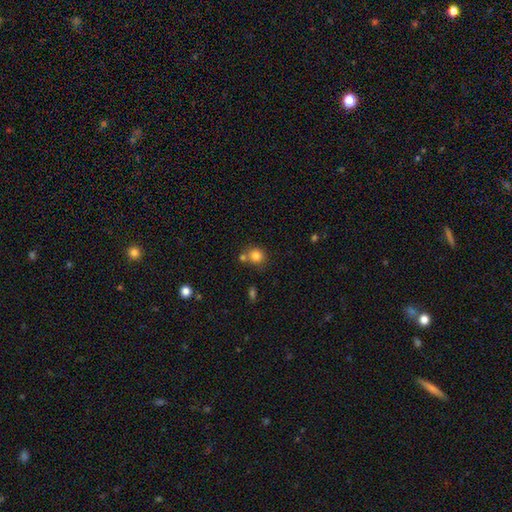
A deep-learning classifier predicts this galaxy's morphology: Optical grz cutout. It shows a smooth galaxy with no disk features (81%) that is round (84%). Merging: none (62%).